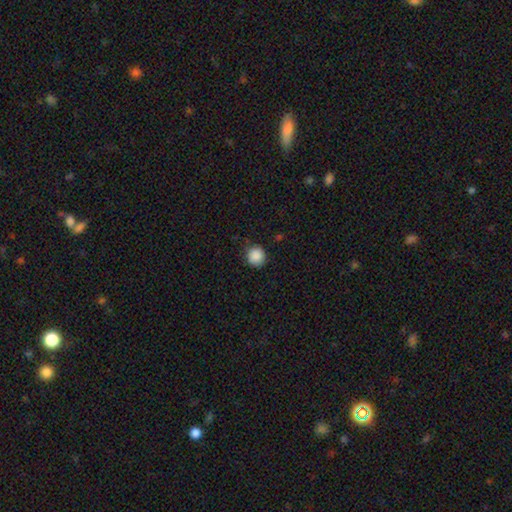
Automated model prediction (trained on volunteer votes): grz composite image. It shows a smooth galaxy with no disk features (88%) that is round (92%). Merging: none (86%).